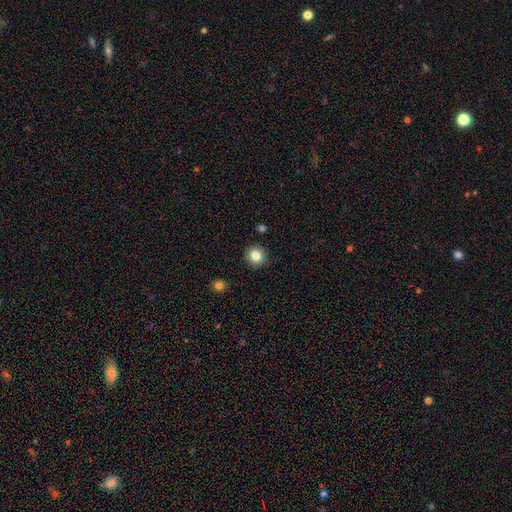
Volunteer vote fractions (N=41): Overall: smooth (93%). How rounded: round (100%). Merging: none (95%).